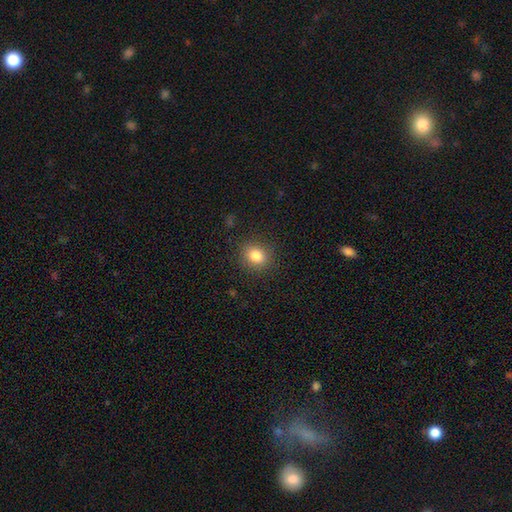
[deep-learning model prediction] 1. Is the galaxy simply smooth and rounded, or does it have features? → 82% smooth, 11% star or artifact, 7% featured or disk.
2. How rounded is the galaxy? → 69% round, 31% in between, 1% cigar-shaped.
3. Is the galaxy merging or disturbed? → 88% none, 8% minor disturbance, 3% major disturbance, 1% merger.